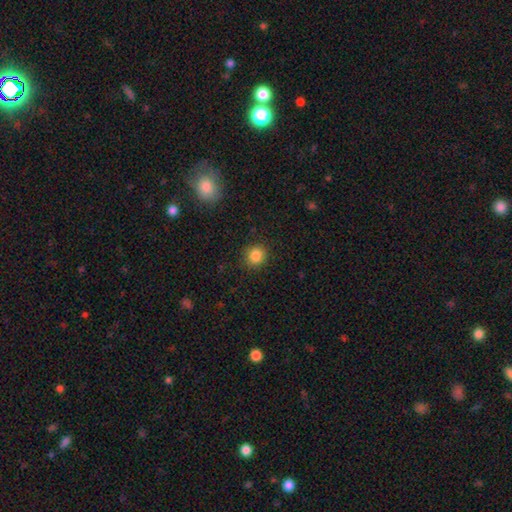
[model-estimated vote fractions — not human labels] smooth 85%, star or artifact 11%, featured or disk 4%. Down the decision tree: how rounded — round (85%); merging — none (89%).